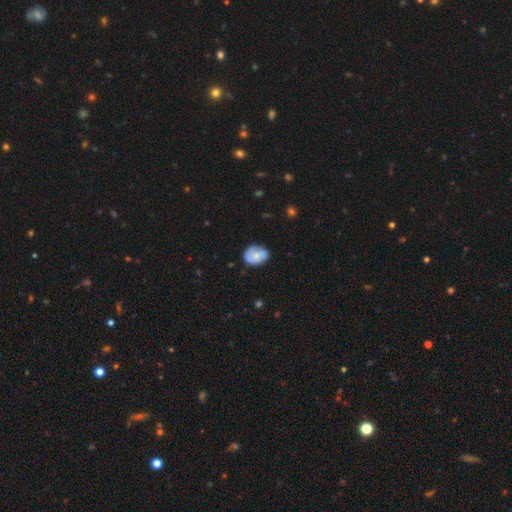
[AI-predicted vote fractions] This appears to be a smooth galaxy with no disk features (55%) that is in between round and cigar-shaped (62%). Merging: none (61%).